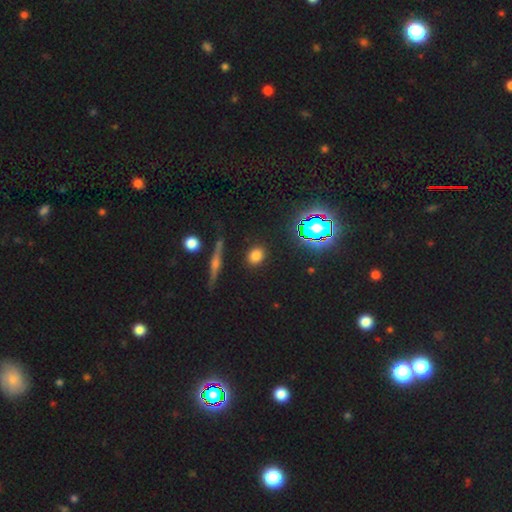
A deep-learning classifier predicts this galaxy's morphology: This appears to be a smooth galaxy with no disk features (73%) that is round (65%). Merging: none (88%).